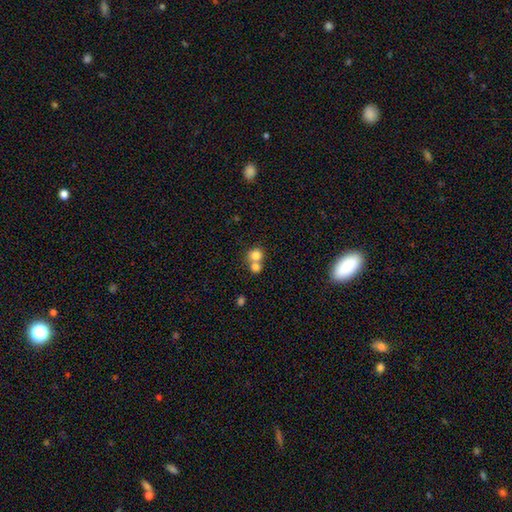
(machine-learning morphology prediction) The model was most divided on "merging": merger: 56%, none: 36%, minor disturbance: 5%, major disturbance: 3%. More confident: how rounded — round (82%); smooth or featured — smooth (78%).